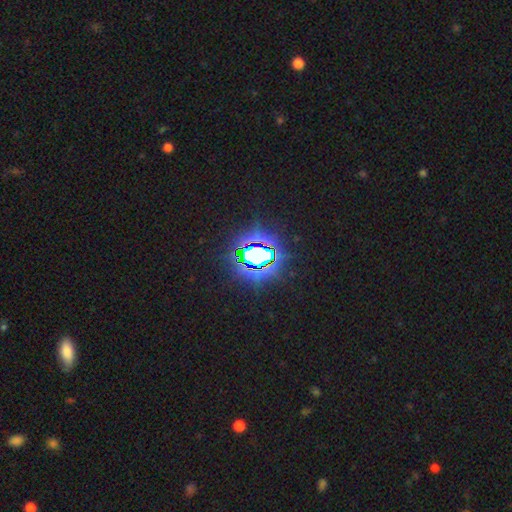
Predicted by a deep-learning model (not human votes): Q: Smooth or featured?
A: star or artifact (77%); runner-up: smooth (14%)